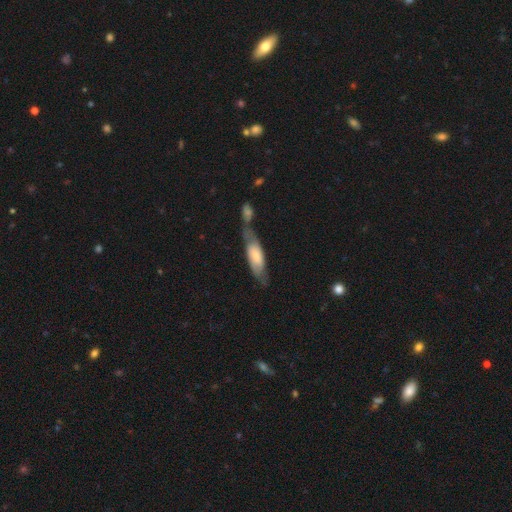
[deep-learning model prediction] smooth_or_featured: smooth (p=0.63) [alt: featured or disk p=0.31]
how_rounded: in between (p=0.53) [alt: cigar-shaped p=0.45]
merging: merger (p=0.40) [alt: none p=0.31]